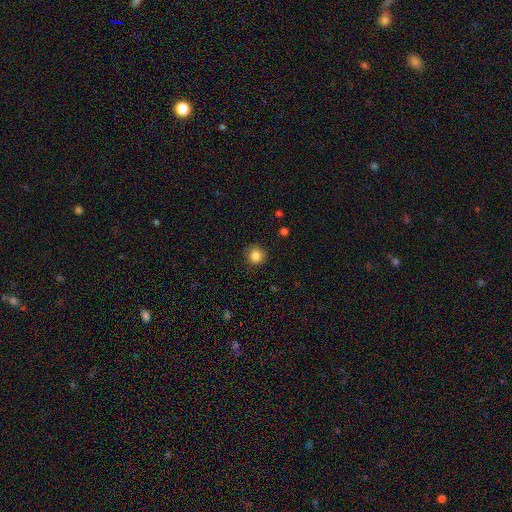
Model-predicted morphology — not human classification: smooth 85%, star or artifact 10%, featured or disk 4%. Down the decision tree: how rounded — round (90%); merging — none (85%).